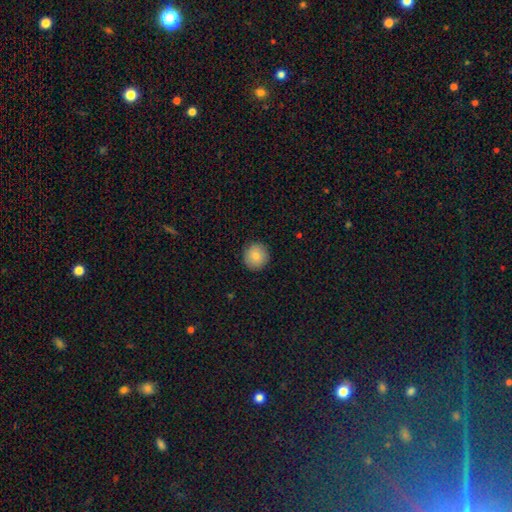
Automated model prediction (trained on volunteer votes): The model was most divided on "smooth or featured": smooth: 83%, star or artifact: 9%, featured or disk: 8%. More confident: how rounded — round (94%); merging — none (92%).